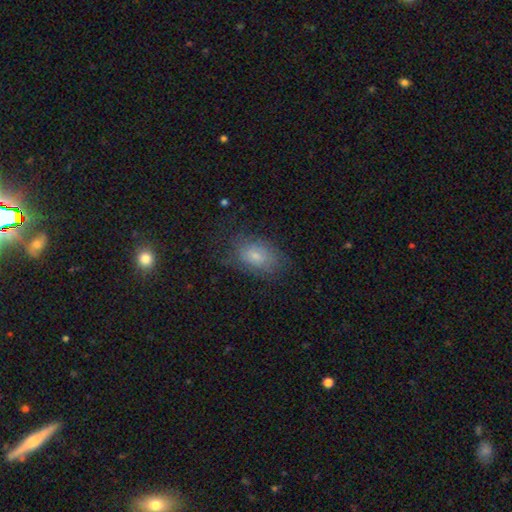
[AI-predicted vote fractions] smooth_or_featured: smooth (p=0.64) [alt: featured or disk p=0.26]
how_rounded: in between (p=0.86) [alt: round p=0.12]
merging: none (p=0.65) [alt: minor disturbance p=0.22]